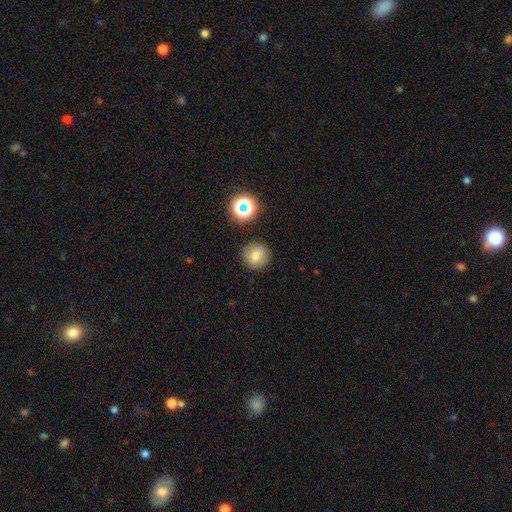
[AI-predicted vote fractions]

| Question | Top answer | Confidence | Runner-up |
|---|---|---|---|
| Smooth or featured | smooth | 76% | star or artifact (14%) |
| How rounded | round | 93% | in between (6%) |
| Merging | none | 87% | minor disturbance (7%) |